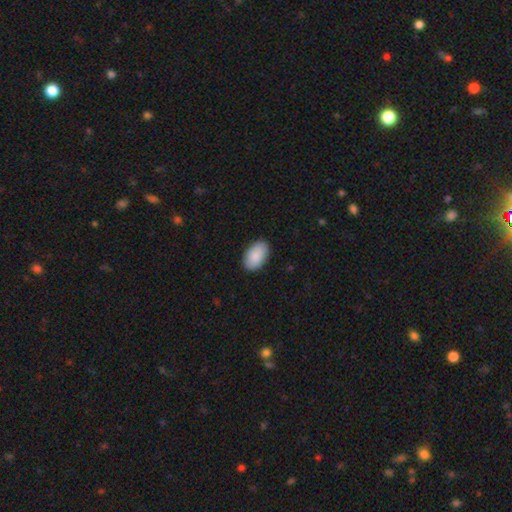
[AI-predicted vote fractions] Smooth or featured? Predicted: smooth (p=0.90). How rounded? Predicted: in between (p=0.94). Merging? Predicted: none (p=0.89).